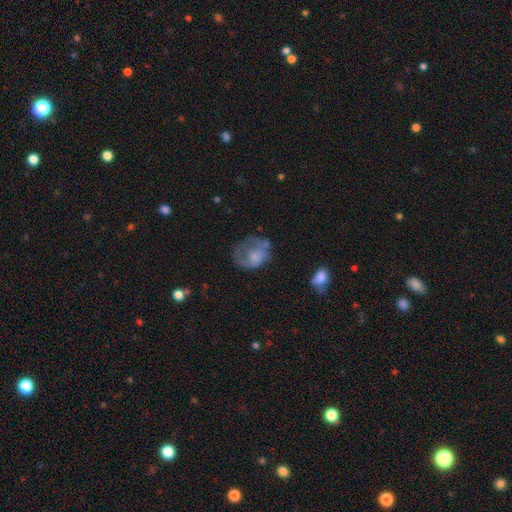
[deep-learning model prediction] Smooth or featured: smooth — 50% (featured or disk — 40%)
How rounded: round — 55% (in between — 44%)
Merging: none — 37% (major disturbance — 32%)